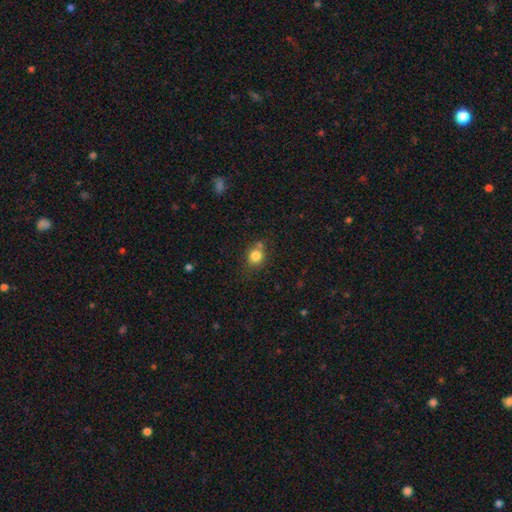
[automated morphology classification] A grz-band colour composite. It shows a smooth galaxy with no disk features (81%) that is round (80%). Merging: none (66%).